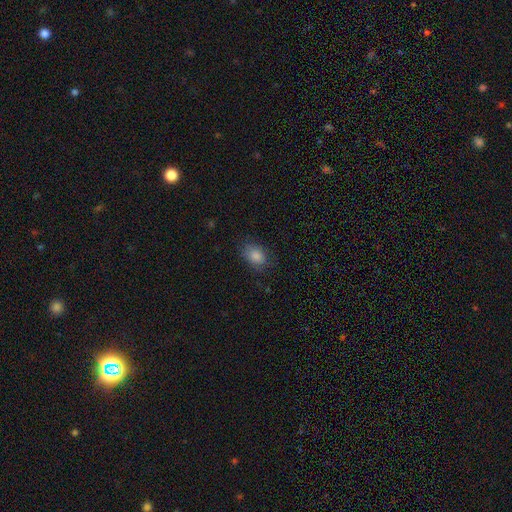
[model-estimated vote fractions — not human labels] Smooth or featured? smooth (84%)
How rounded? in between (72%)
Merging? none (78%)